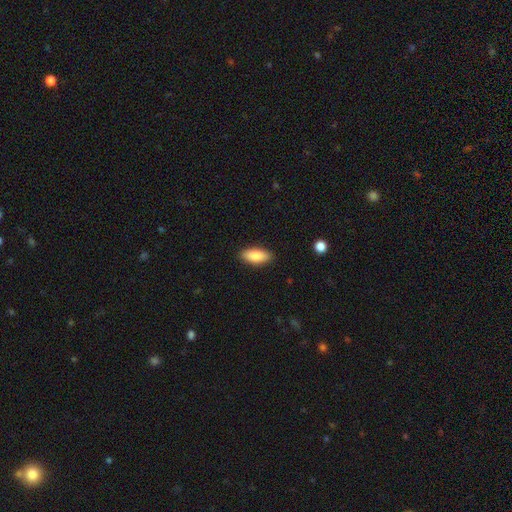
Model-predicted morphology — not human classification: Smooth or featured: smooth — 86% (featured or disk — 8%)
How rounded: in between — 81% (cigar-shaped — 17%)
Merging: none — 88% (minor disturbance — 9%)